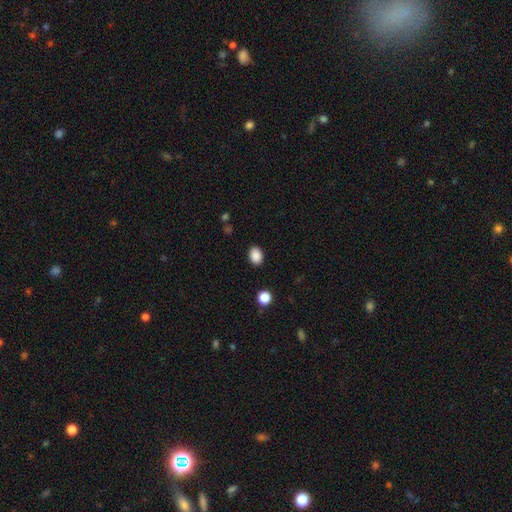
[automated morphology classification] This appears to be a smooth galaxy with no disk features (88%) that is in between round and cigar-shaped (69%). Merging: none (88%).